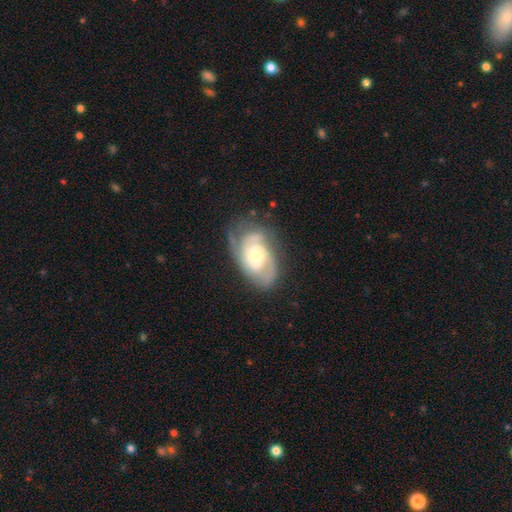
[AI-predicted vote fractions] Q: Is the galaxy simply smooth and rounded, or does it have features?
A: featured or disk — 80%.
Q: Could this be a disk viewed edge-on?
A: no — 96%.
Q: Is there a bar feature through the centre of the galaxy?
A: no — 59%.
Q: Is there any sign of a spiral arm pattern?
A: yes — 94%.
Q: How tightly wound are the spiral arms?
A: tight — 52%.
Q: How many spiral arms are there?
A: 2 — 46%.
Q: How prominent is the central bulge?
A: moderate — 48%.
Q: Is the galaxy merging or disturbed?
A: none — 64%.